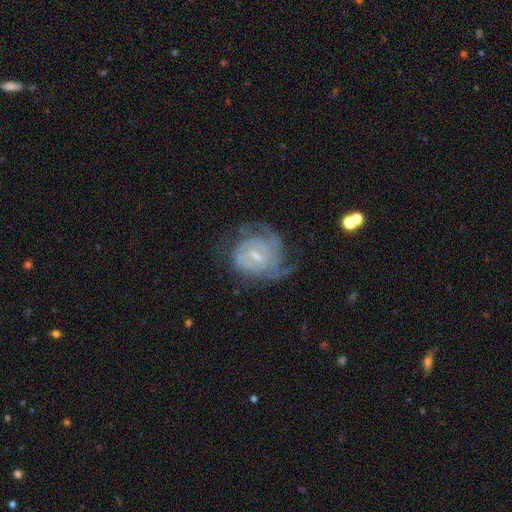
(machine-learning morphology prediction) smooth-or-featured: featured or disk: 80% | smooth: 11% | star or artifact: 8%
  disk-edge-on: no: 97% | yes: 3%
    bar: weak: 53% | no: 34% | strong: 13%
    has-spiral-arms: yes: 91% | no: 9%
      spiral-winding: tight: 64% | medium: 29% | loose: 7%
      spiral-arm-count: can't tell: 42% | 2: 22% | 3: 18% | 4: 9% | 1: 6% | more than 4: 5%
    bulge-size: small: 62% | moderate: 29% | none: 6% | large: 2% | dominant: 1%
  merging: none: 56% | minor disturbance: 23% | major disturbance: 19% | merger: 2%